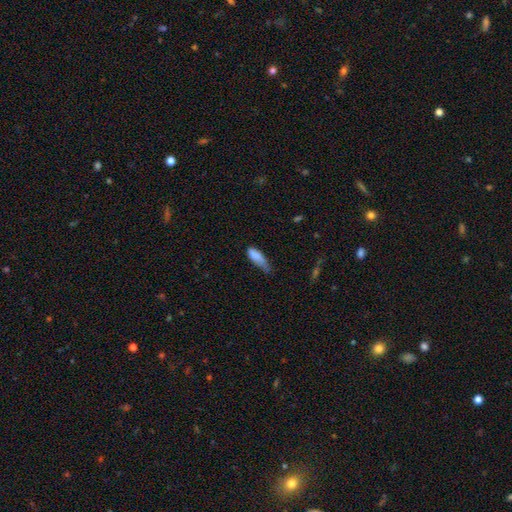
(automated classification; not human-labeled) Smooth or featured? smooth (83%)
How rounded? in between (60%)
Merging? minor disturbance (49%)